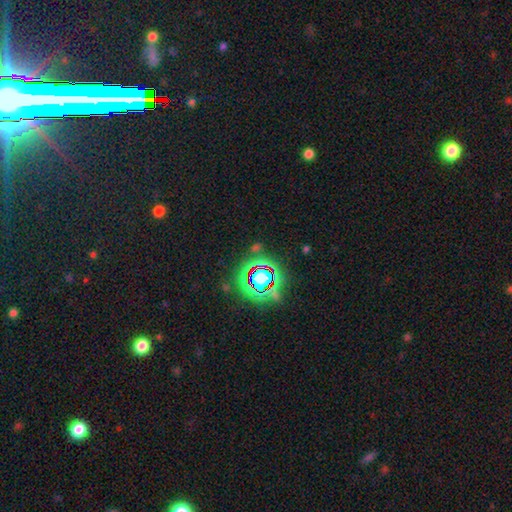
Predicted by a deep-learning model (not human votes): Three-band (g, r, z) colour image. It shows a star or artifact, not a galaxy (81%).